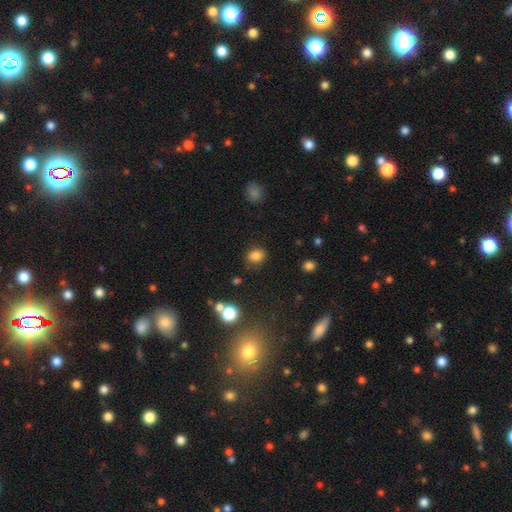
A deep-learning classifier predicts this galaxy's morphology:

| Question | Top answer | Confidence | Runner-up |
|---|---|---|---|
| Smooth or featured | smooth | 83% | star or artifact (12%) |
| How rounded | in between | 55% | round (44%) |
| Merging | none | 81% | minor disturbance (13%) |